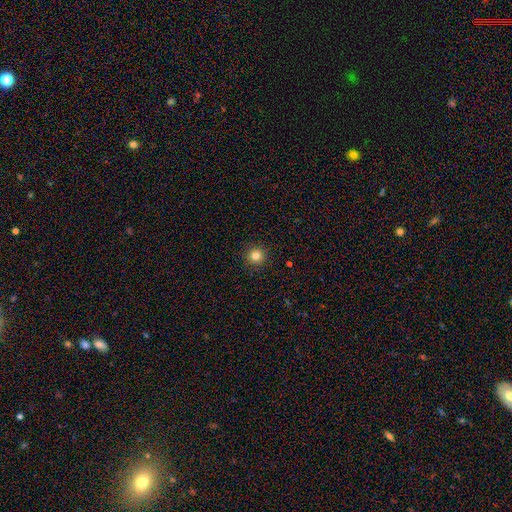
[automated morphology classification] smooth_or_featured: smooth (p=0.82) [alt: star or artifact p=0.13]
how_rounded: round (p=0.95) [alt: in between p=0.04]
merging: none (p=0.92) [alt: minor disturbance p=0.05]